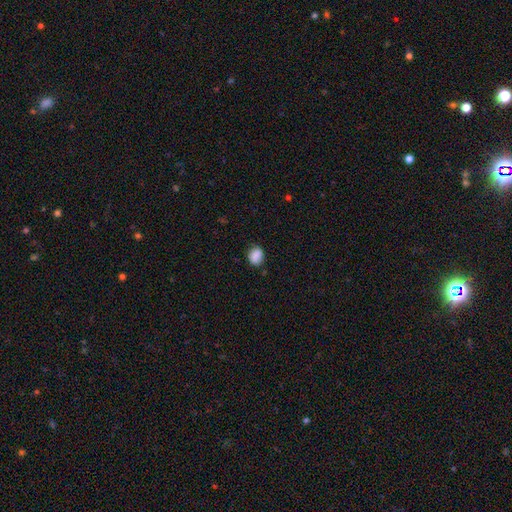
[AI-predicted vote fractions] Smooth or featured?
  - smooth: 87% *
  - star or artifact: 9%
  - featured or disk: 5%
How rounded?
  - in between: 53% *
  - round: 45%
  - cigar-shaped: 1%
Merging?
  - none: 76% *
  - minor disturbance: 18%
  - major disturbance: 4%
  - merger: 2%